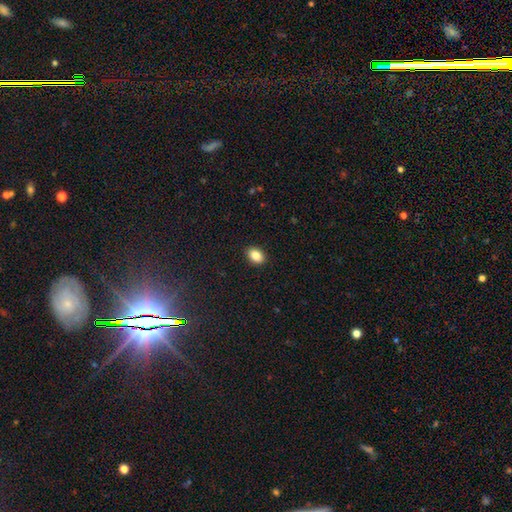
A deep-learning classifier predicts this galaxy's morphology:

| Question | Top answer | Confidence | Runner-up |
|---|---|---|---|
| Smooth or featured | smooth | 85% | star or artifact (9%) |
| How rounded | in between | 79% | round (20%) |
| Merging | none | 90% | minor disturbance (7%) |